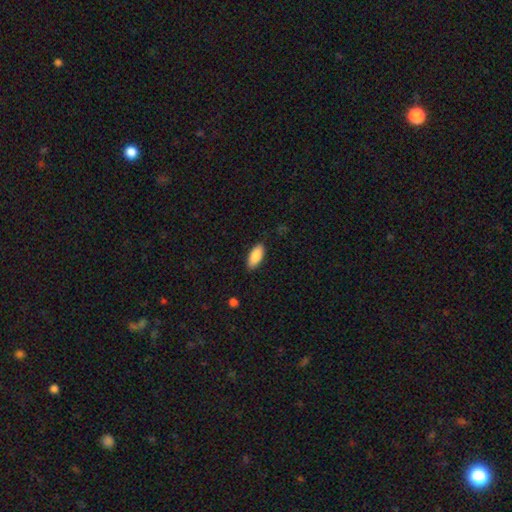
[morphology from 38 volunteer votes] smooth_or_featured: smooth (p=0.89) [alt: featured or disk p=0.05]
how_rounded: in between (p=0.94) [alt: cigar-shaped p=0.06]
merging: none (p=0.83) [alt: minor disturbance p=0.08]